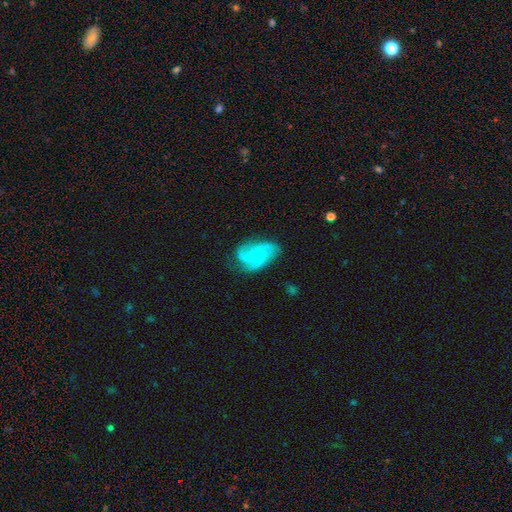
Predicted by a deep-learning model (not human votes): smooth_or_featured: featured or disk (p=0.73) [alt: smooth p=0.21]
disk_edge_on: no (p=0.98) [alt: yes p=0.02]
bar: no (p=0.71) [alt: weak p=0.25]
has_spiral_arms: yes (p=0.94) [alt: no p=0.06]
spiral_winding: medium (p=0.49) [alt: tight p=0.33]
spiral_arm_count: 3 (p=0.50) [alt: 2 p=0.21]
bulge_size: small (p=0.62) [alt: none p=0.18]
merging: none (p=0.59) [alt: minor disturbance p=0.26]